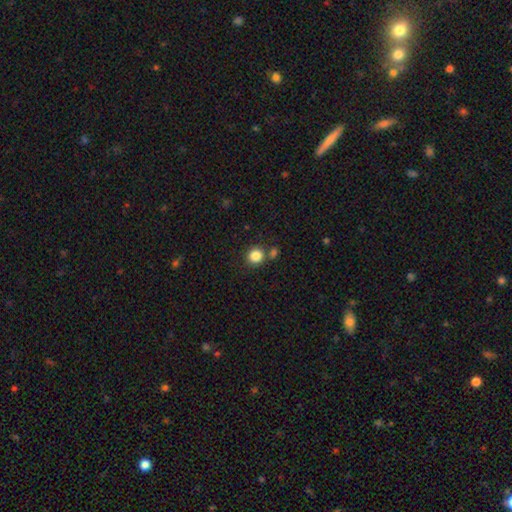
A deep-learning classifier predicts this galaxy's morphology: This is clearly a smooth galaxy (84%). How rounded: clearly round (89%). Merging: likely none (74%).